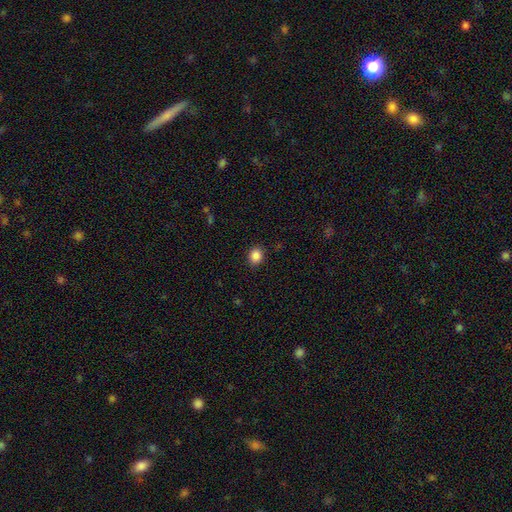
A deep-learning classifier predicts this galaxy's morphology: This appears to be a smooth galaxy with no disk features (87%) that is round (62%). Merging: none (89%).